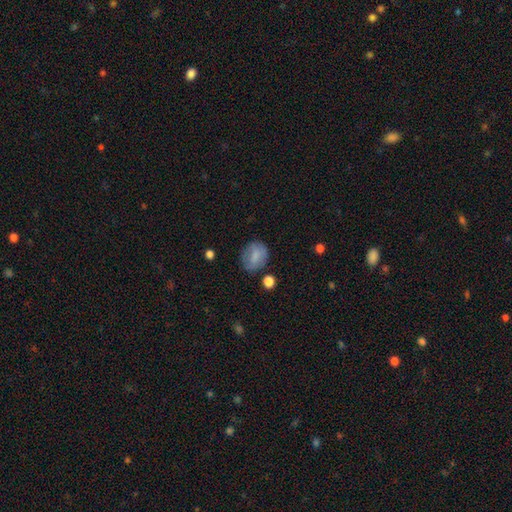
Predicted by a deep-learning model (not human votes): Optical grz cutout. It shows a smooth galaxy with no disk features (74%) that is in between round and cigar-shaped (50%). Merging: none (72%).